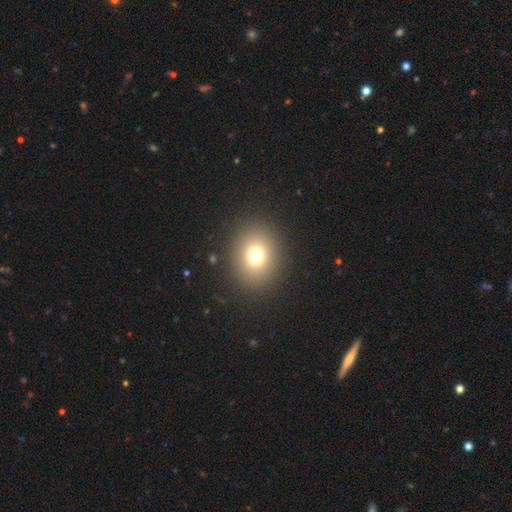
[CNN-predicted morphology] Q: Smooth or featured?
A: smooth (73%); runner-up: star or artifact (16%)
Q: How rounded?
A: round (62%); runner-up: in between (37%)
Q: Merging?
A: none (88%); runner-up: minor disturbance (7%)